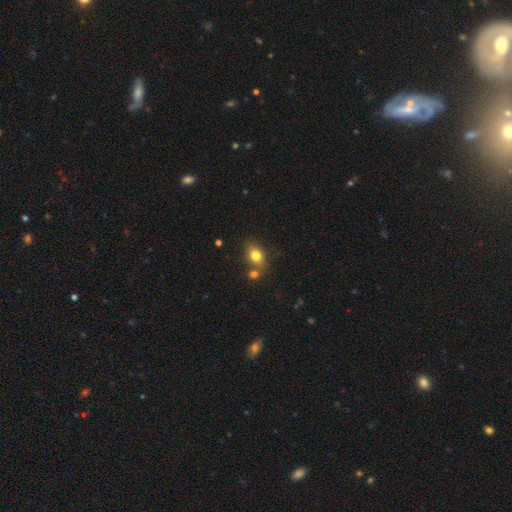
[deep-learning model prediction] Morphology: type=smooth (79%); roundness=in between (71%); merging=none (66%).